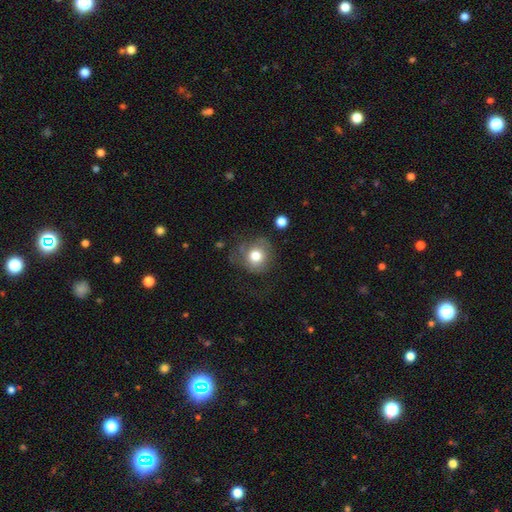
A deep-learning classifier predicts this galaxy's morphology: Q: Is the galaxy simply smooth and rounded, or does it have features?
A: smooth — 74%.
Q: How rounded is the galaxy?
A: round — 84%.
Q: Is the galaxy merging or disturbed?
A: none — 57%.